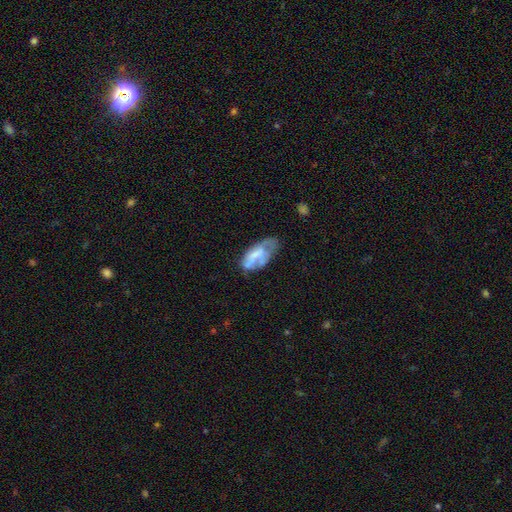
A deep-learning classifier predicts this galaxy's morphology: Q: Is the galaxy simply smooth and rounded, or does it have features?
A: smooth — 47%.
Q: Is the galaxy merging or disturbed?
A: none — 36%.